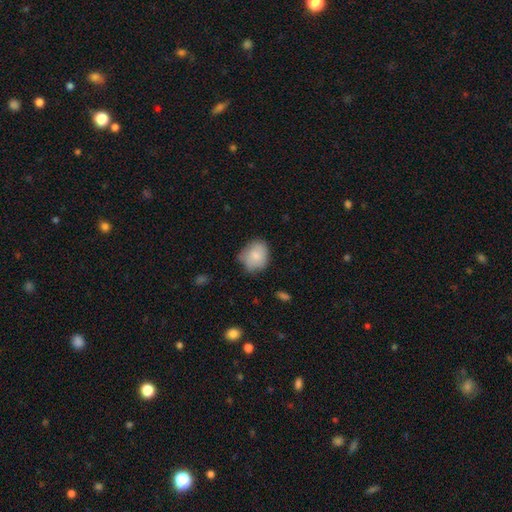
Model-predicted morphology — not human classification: Q: Smooth or featured?
A: smooth (79%); runner-up: featured or disk (14%)
Q: How rounded?
A: round (54%); runner-up: in between (45%)
Q: Merging?
A: none (57%); runner-up: minor disturbance (33%)